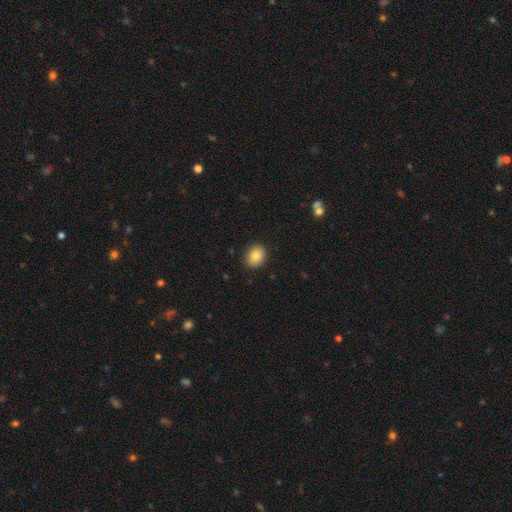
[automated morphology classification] Smooth or featured? smooth (83%)
How rounded? round (55%)
Merging? none (88%)